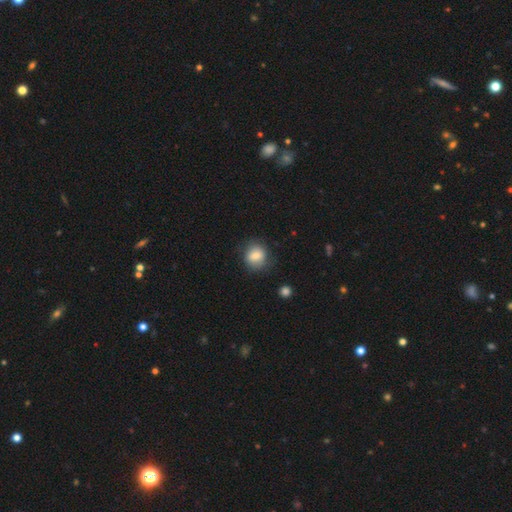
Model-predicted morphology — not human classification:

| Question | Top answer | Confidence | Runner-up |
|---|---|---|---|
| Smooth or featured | smooth | 81% | featured or disk (10%) |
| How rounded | round | 74% | in between (25%) |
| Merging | none | 76% | minor disturbance (17%) |